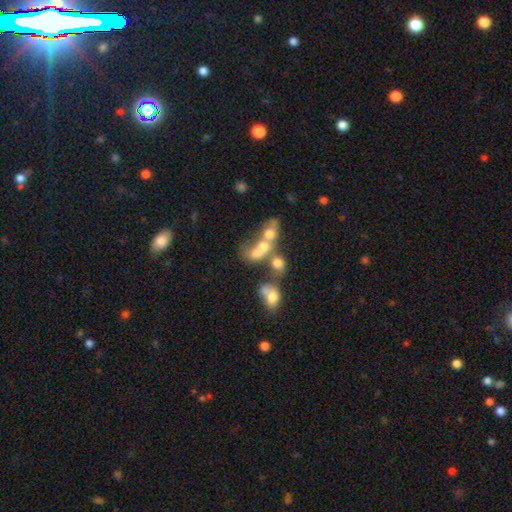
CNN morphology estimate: Overall: smooth (40%; featured or disk 35%). Merging: merger (50%; none 32%).